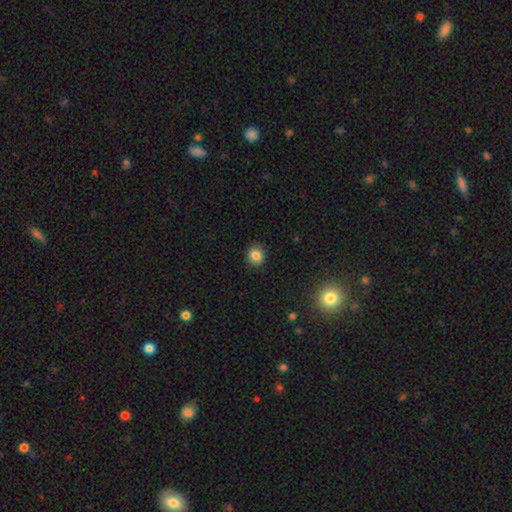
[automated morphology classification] Smooth or featured? Predicted: smooth (p=0.84). How rounded? Predicted: round (p=0.77). Merging? Predicted: none (p=0.89).